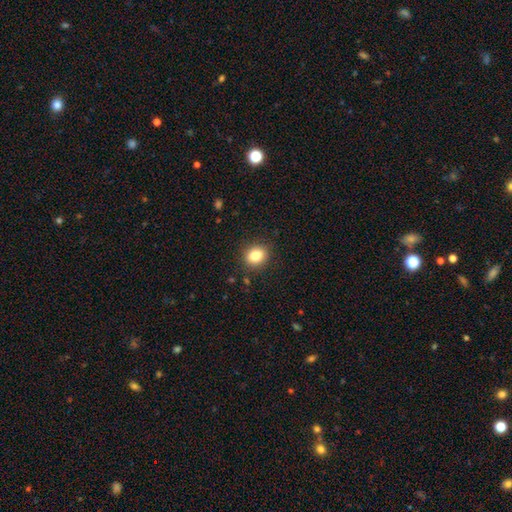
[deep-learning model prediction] Morphology: type=smooth (83%); roundness=round (57%); merging=none (88%).